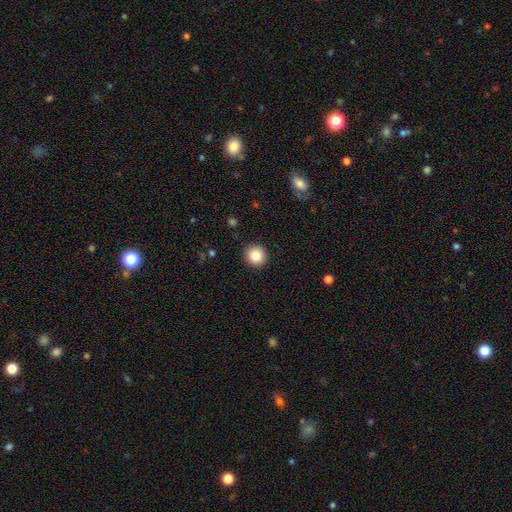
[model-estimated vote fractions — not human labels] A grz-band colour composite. It shows a smooth galaxy with no disk features (84%) that is round (93%). Merging: none (92%).